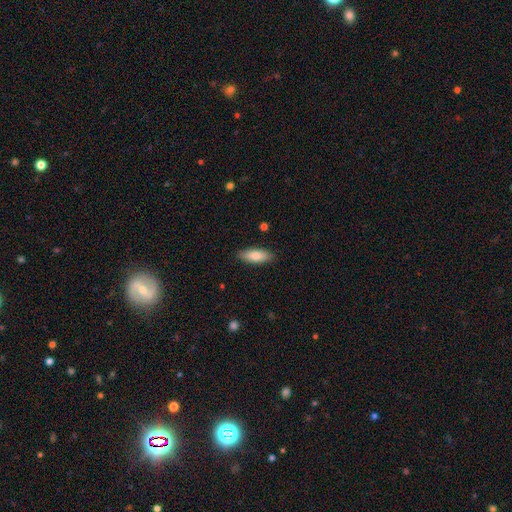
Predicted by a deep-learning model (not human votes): Smooth or featured? smooth (82%)
How rounded? in between (68%)
Merging? none (88%)